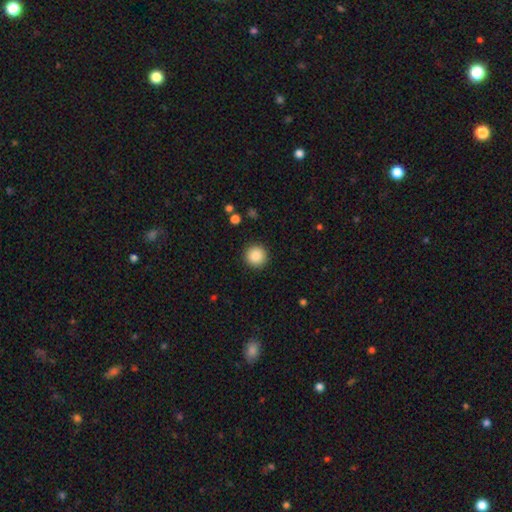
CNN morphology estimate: The model was most divided on "smooth or featured": smooth: 88%, star or artifact: 9%, featured or disk: 3%. More confident: how rounded — round (95%); merging — none (92%).